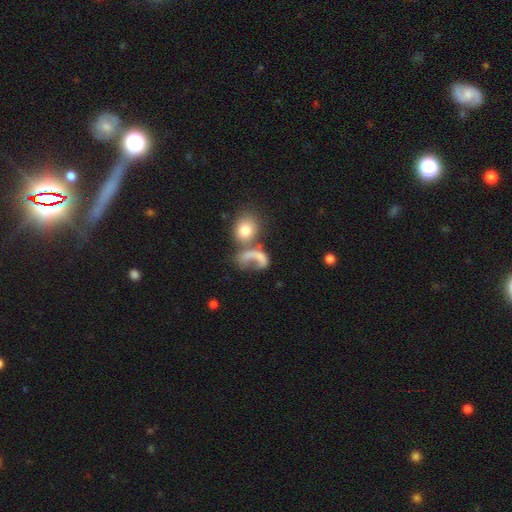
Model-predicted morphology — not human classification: type=smooth (54%); roundness=in between (58%); merging=merger (36%).